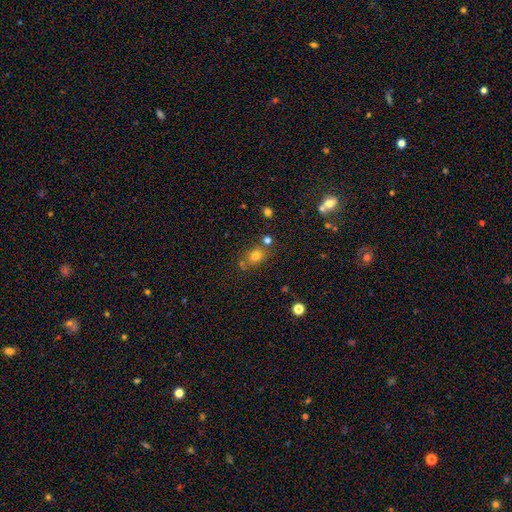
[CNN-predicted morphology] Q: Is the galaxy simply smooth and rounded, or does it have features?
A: smooth — 75%.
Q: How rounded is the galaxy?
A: round — 50%.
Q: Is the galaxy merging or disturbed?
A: none — 65%.